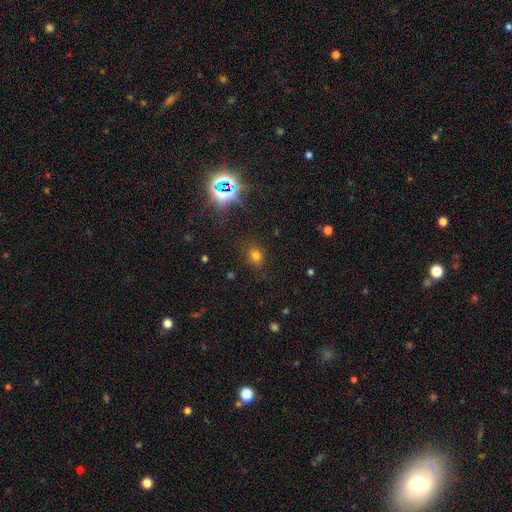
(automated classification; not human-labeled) Smooth or featured? smooth (70%)
How rounded? round (73%)
Merging? none (82%)